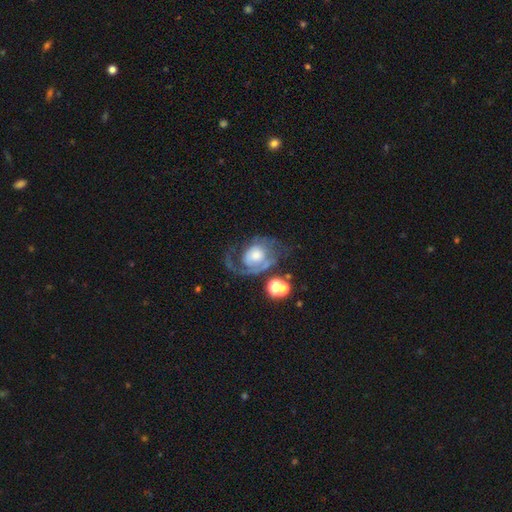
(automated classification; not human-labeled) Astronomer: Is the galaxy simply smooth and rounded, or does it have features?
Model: featured or disk — 72%.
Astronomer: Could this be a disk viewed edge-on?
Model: no — 97%.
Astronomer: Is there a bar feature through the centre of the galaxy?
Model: no — 75%.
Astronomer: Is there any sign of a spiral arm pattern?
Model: yes — 83%.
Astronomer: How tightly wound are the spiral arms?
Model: medium — 40% (runner-up: tight, 31%).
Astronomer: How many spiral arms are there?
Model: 1 — 44% (runner-up: 2, 36%).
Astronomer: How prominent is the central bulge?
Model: moderate — 38% (runner-up: large, 31%).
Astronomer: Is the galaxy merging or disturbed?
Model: none — 38% (runner-up: major disturbance, 37%).